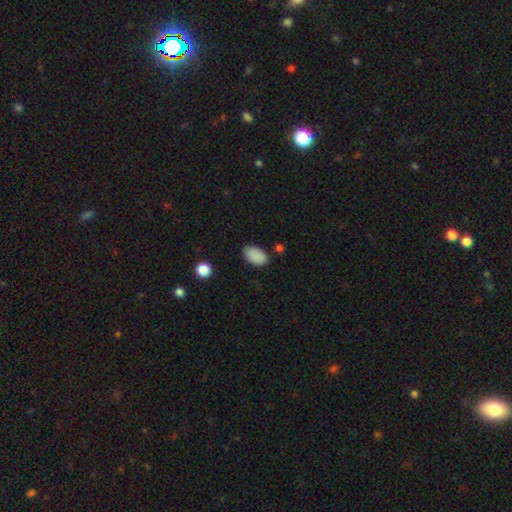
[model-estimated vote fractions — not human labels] This is clearly a smooth galaxy (88%). How rounded: clearly in between (92%). Merging: likely none (78%).